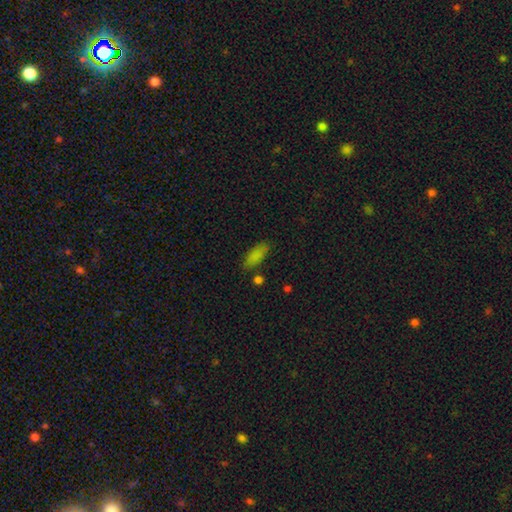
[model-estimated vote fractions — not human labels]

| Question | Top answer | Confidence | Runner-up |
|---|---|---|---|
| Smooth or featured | smooth | 84% | star or artifact (10%) |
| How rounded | in between | 77% | cigar-shaped (21%) |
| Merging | none | 77% | minor disturbance (16%) |